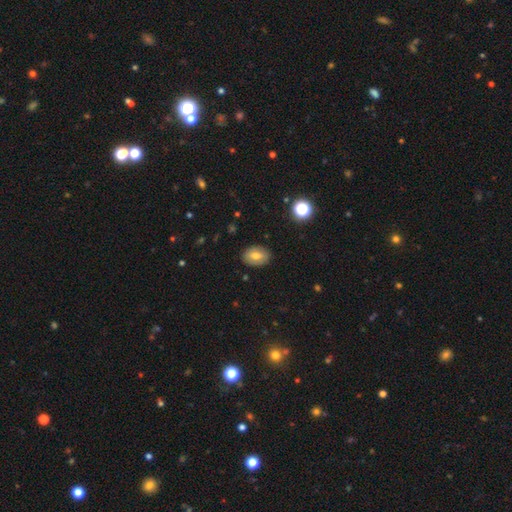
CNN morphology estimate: smooth_or_featured: smooth (p=0.67) [alt: featured or disk p=0.23]
how_rounded: in between (p=0.78) [alt: round p=0.21]
merging: none (p=0.87) [alt: minor disturbance p=0.10]